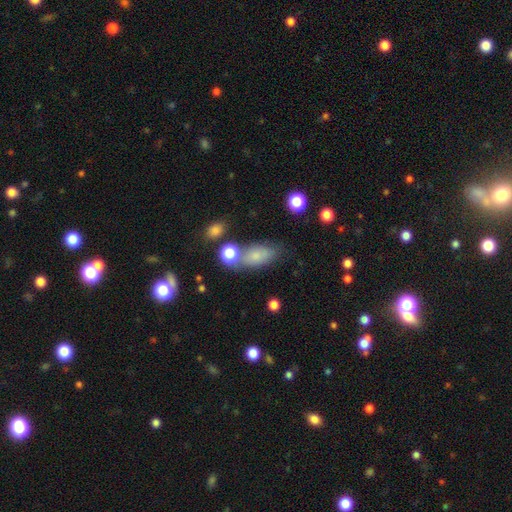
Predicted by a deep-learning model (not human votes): A smooth galaxy with no disk features (74%) that is in between round and cigar-shaped (82%).

Vote fractions:
- Smooth or featured? smooth: 74% / featured or disk: 15% / star or artifact: 11%
- How rounded? in between: 82% / cigar-shaped: 9% / round: 9%
- Merging? none: 60% / minor disturbance: 19% / merger: 15% / major disturbance: 7%